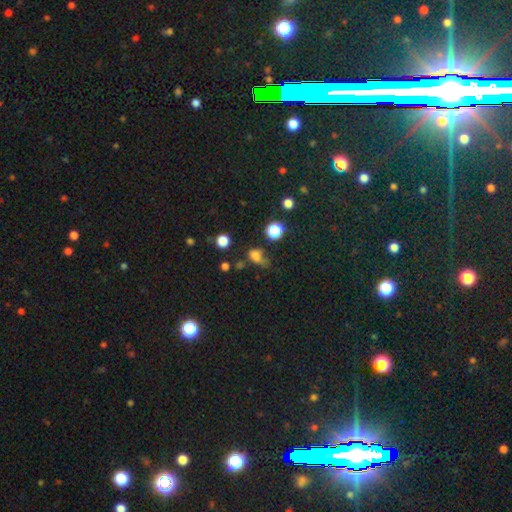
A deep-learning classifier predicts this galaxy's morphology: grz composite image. It shows a smooth galaxy with no disk features (71%) that is in between round and cigar-shaped (50%). Merging: none (40%).